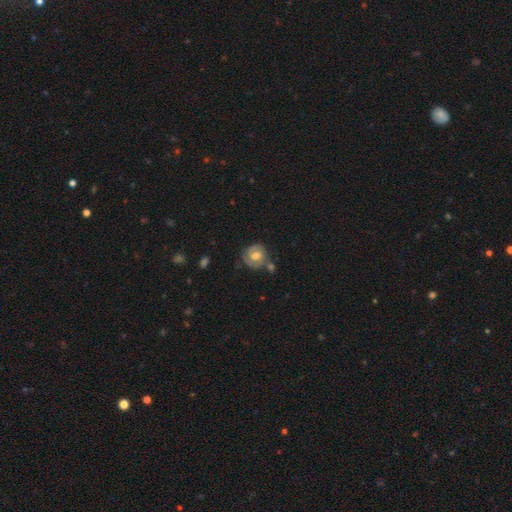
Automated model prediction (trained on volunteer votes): Smooth or featured? featured or disk (59%)
Edge-on disk? no (97%)
Bar? no (56%)
Spiral arms? yes (80%)
Bulge size? moderate (73%)
Merging? none (54%)